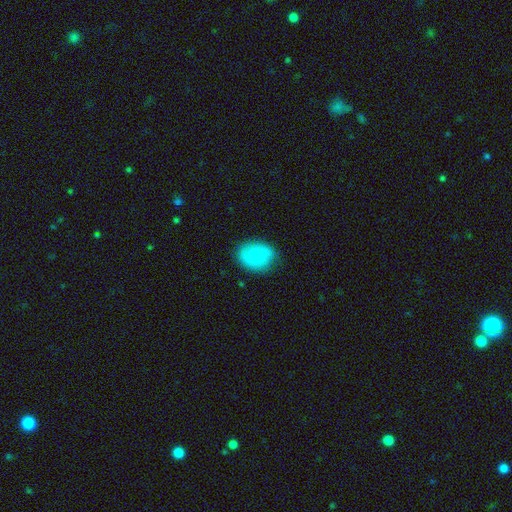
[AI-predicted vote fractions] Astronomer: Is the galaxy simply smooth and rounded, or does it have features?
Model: smooth — 65%.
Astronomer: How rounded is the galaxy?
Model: in between — 54% (runner-up: round, 44%).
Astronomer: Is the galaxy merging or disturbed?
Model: none — 78%.